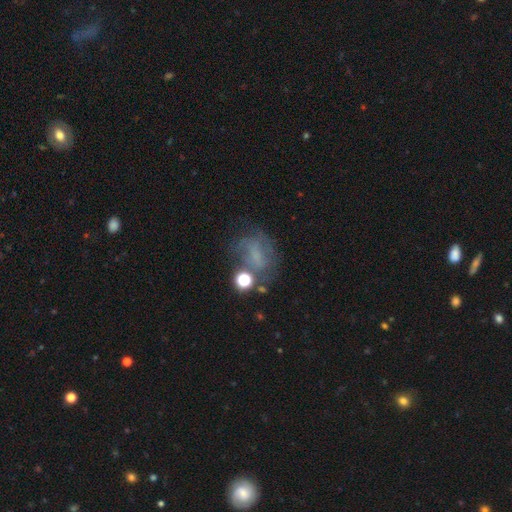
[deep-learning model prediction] smooth_or_featured: featured or disk (p=0.45) [alt: smooth p=0.32]
merging: none (p=0.44) [alt: major disturbance p=0.25]